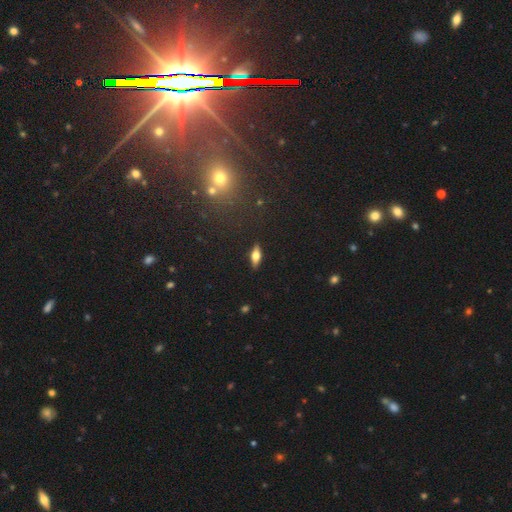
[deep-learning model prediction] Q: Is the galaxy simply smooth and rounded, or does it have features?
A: smooth — 48%.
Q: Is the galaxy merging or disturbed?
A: none — 89%.